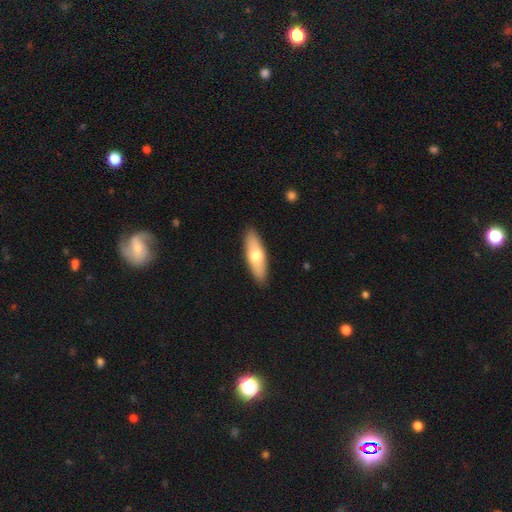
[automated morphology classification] Q: Smooth or featured?
A: smooth (62%); runner-up: featured or disk (33%)
Q: How rounded?
A: in between (55%); runner-up: cigar-shaped (43%)
Q: Merging?
A: none (89%); runner-up: minor disturbance (8%)